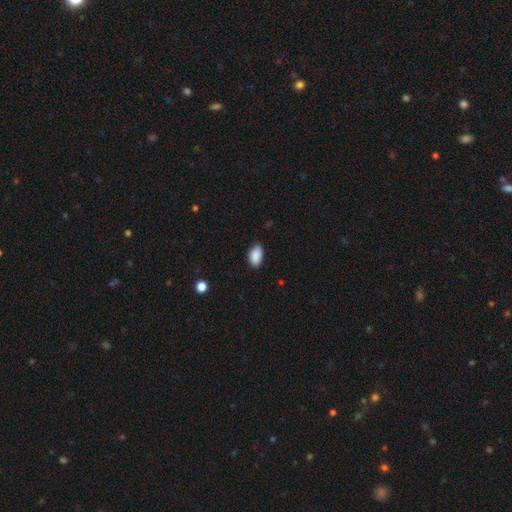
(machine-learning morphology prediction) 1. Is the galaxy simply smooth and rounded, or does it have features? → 90% smooth, 7% star or artifact, 3% featured or disk.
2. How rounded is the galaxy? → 93% in between, 6% round, 2% cigar-shaped.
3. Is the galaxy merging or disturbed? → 83% none, 13% minor disturbance, 2% major disturbance, 1% merger.